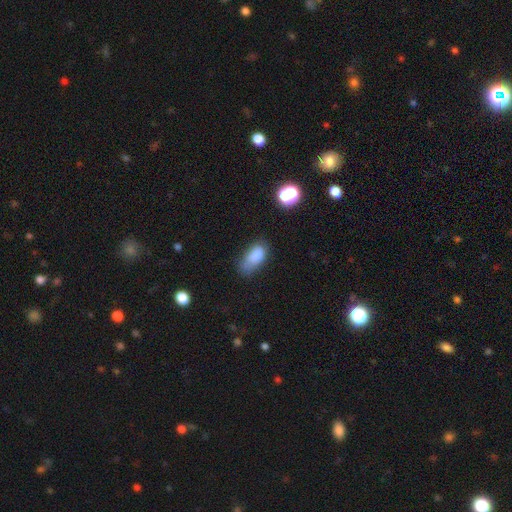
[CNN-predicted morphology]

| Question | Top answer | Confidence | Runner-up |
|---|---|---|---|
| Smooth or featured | smooth | 80% | star or artifact (10%) |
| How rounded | in between | 89% | round (6%) |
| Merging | none | 42% | minor disturbance (36%) |